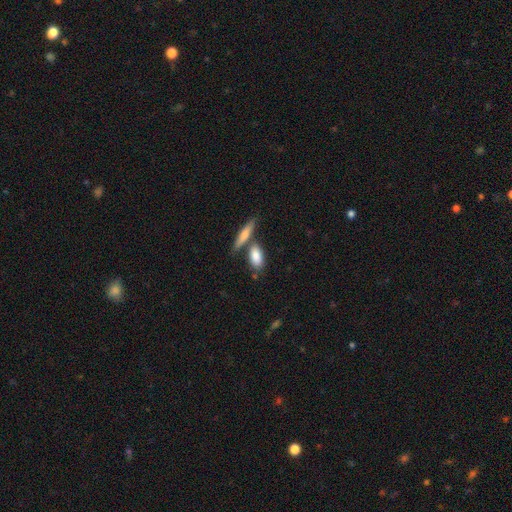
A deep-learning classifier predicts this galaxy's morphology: smooth-or-featured: smooth: 81% | featured or disk: 13% | star or artifact: 6%
  how-rounded: in between: 77% | cigar-shaped: 19% | round: 4%
  merging: none: 54% | merger: 30% | minor disturbance: 13% | major disturbance: 4%